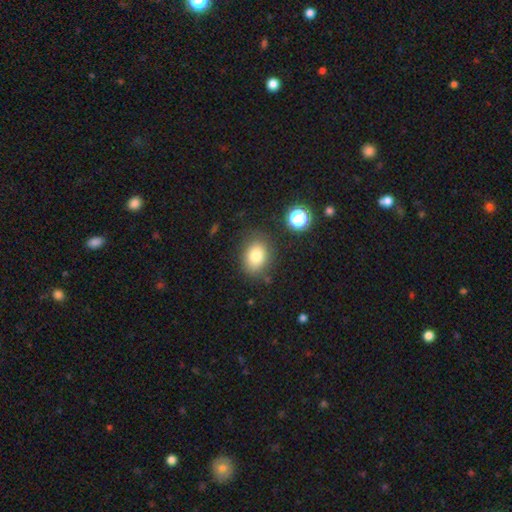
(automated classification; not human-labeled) This appears to be a smooth galaxy with no disk features (79%) that is in between round and cigar-shaped (60%). Merging: none (81%).